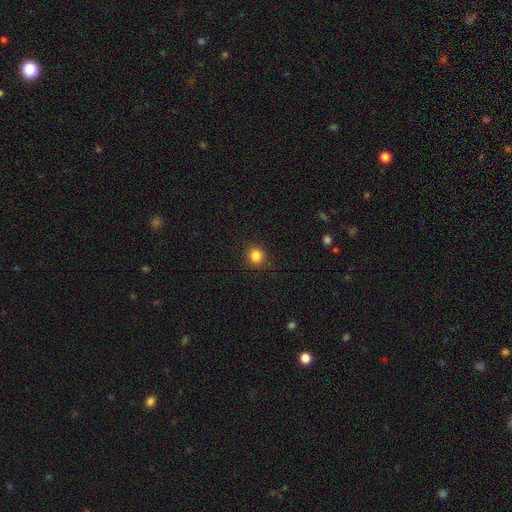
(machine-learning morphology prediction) A smooth galaxy with no disk features (85%) that is round (88%). Merging: none (91%).